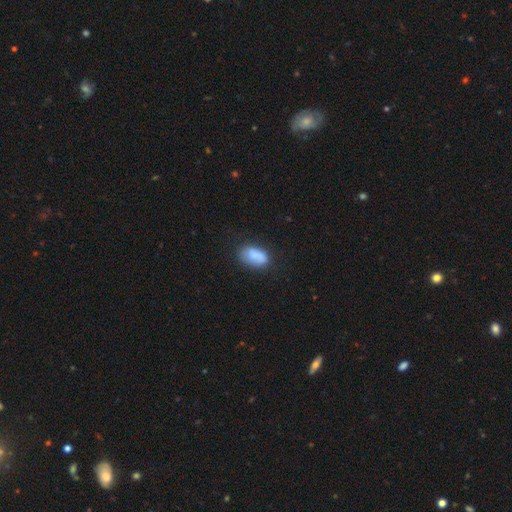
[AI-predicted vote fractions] smooth_or_featured: smooth (p=0.85) [alt: star or artifact p=0.08]
how_rounded: in between (p=0.91) [alt: round p=0.06]
merging: none (p=0.68) [alt: minor disturbance p=0.23]